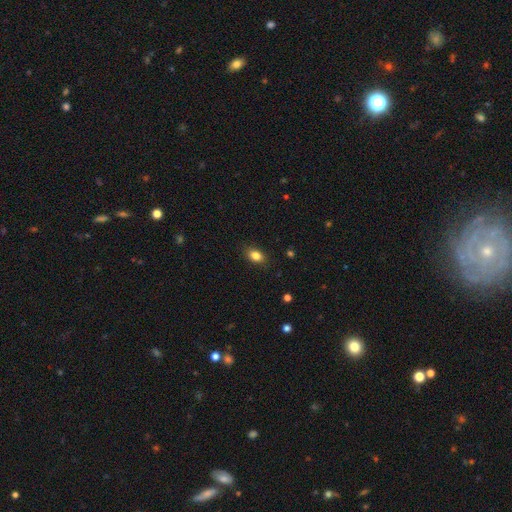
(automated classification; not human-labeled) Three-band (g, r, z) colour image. It shows a smooth galaxy with no disk features (84%) that is in between round and cigar-shaped (78%). Merging: none (85%).